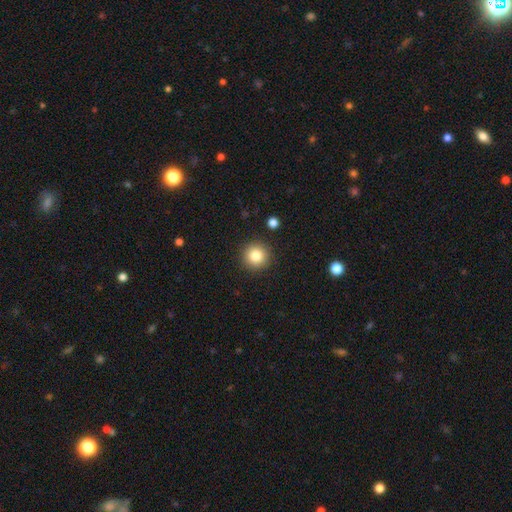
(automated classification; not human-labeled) Q: Smooth or featured?
A: smooth (84%); runner-up: star or artifact (10%)
Q: How rounded?
A: round (95%); runner-up: in between (4%)
Q: Merging?
A: none (91%); runner-up: minor disturbance (6%)